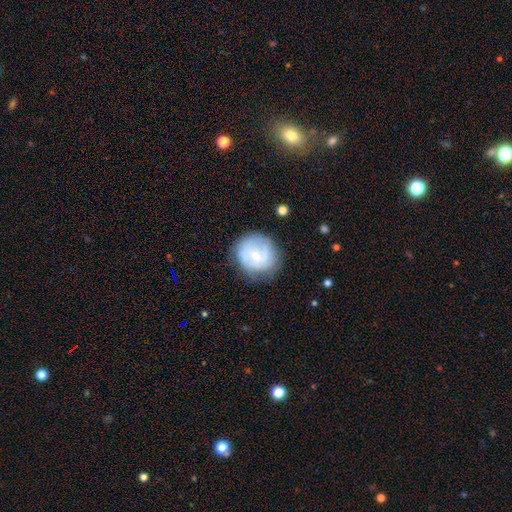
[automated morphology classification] type=featured or disk (50%); merging=none (70%).